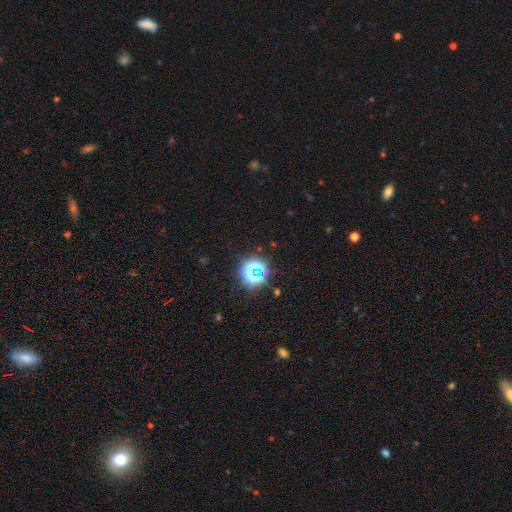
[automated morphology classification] A star or artifact, not a galaxy (71%).